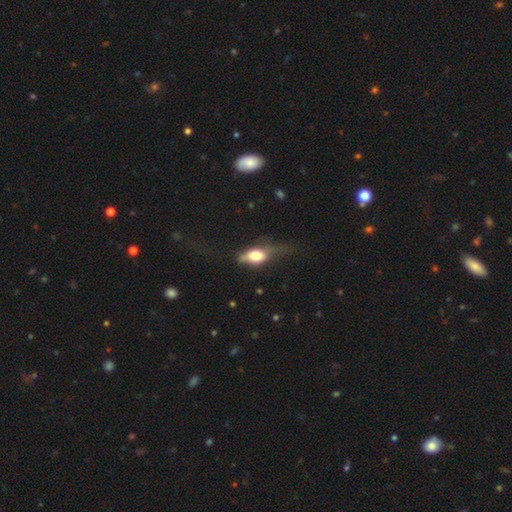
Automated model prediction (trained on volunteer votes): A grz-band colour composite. It shows a smooth galaxy with no disk features (61%) that is in between round and cigar-shaped (80%). Merging: major disturbance (36%).